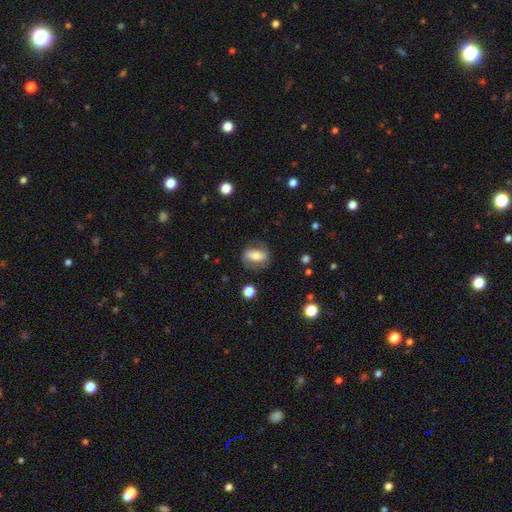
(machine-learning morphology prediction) smooth 47%, featured or disk 45%, star or artifact 8%. Down the decision tree: merging — none (72%).